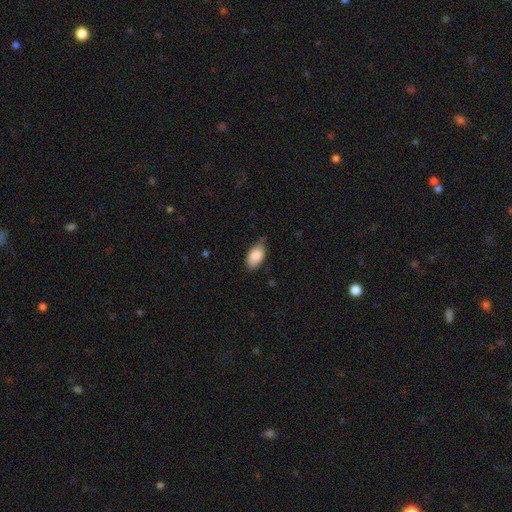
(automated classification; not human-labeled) smooth-or-featured: smooth: 86% | featured or disk: 8% | star or artifact: 6%
  how-rounded: in between: 94% | round: 3% | cigar-shaped: 3%
  merging: none: 71% | minor disturbance: 24% | major disturbance: 4% | merger: 2%